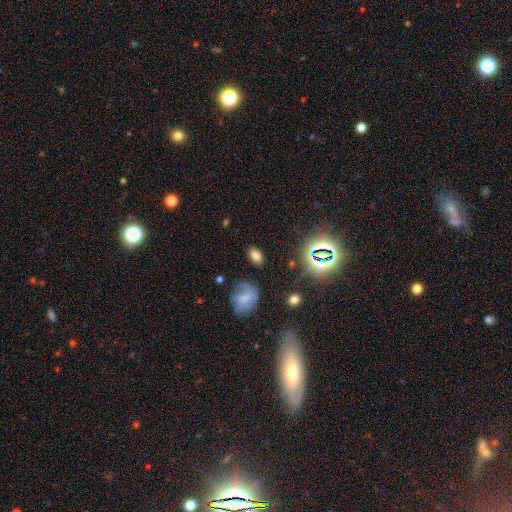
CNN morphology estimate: This appears to be a smooth galaxy with no disk features (70%) that is in between round and cigar-shaped (86%). Merging: none (82%).